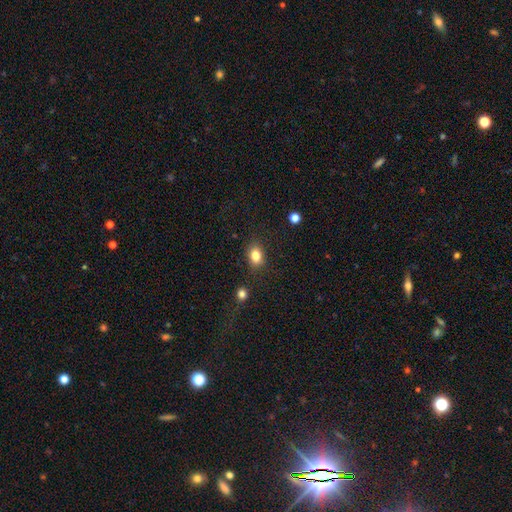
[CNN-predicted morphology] Q: Smooth or featured?
A: smooth (83%); runner-up: star or artifact (10%)
Q: How rounded?
A: in between (64%); runner-up: round (34%)
Q: Merging?
A: none (80%); runner-up: minor disturbance (13%)